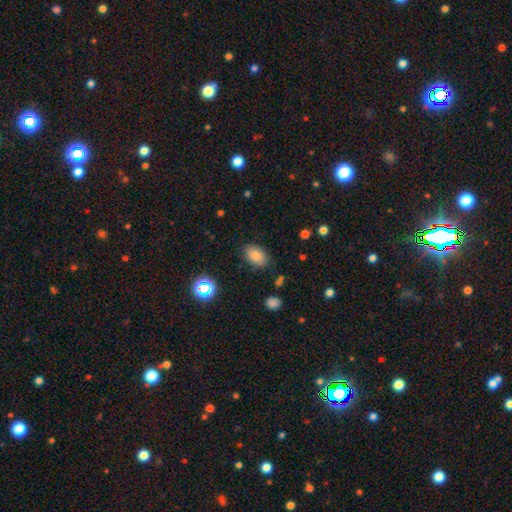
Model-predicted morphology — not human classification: A smooth galaxy with no disk features (81%) that is in between round and cigar-shaped (88%).

Vote fractions:
- Smooth or featured? smooth: 81% / star or artifact: 11% / featured or disk: 8%
- How rounded? in between: 88% / round: 11% / cigar-shaped: 1%
- Merging? none: 82% / minor disturbance: 12% / major disturbance: 3% / merger: 2%